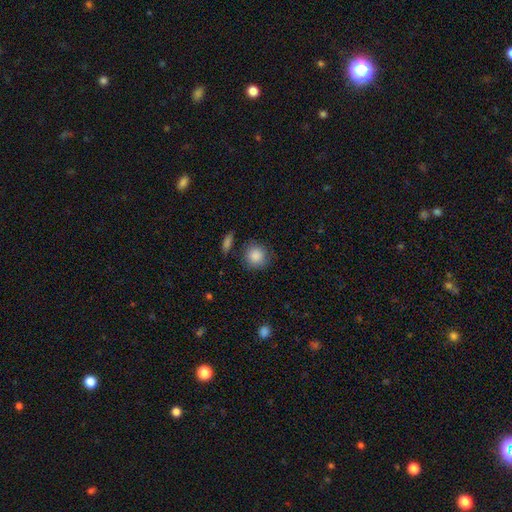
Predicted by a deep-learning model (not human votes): A smooth galaxy with no disk features (88%) that is round (89%).

Vote fractions:
- Smooth or featured? smooth: 88% / star or artifact: 8% / featured or disk: 4%
- How rounded? round: 89% / in between: 10% / cigar-shaped: 1%
- Merging? none: 80% / minor disturbance: 12% / merger: 4% / major disturbance: 4%